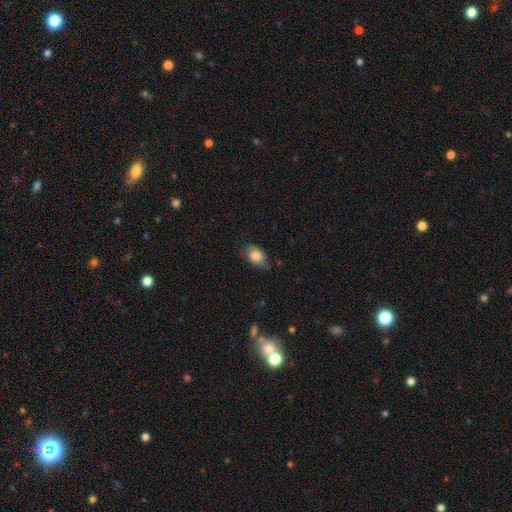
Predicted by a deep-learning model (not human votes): The model was most divided on "merging": none: 70%, minor disturbance: 24%, major disturbance: 5%, merger: 1%. More confident: how rounded — in between (85%); smooth or featured — smooth (82%).